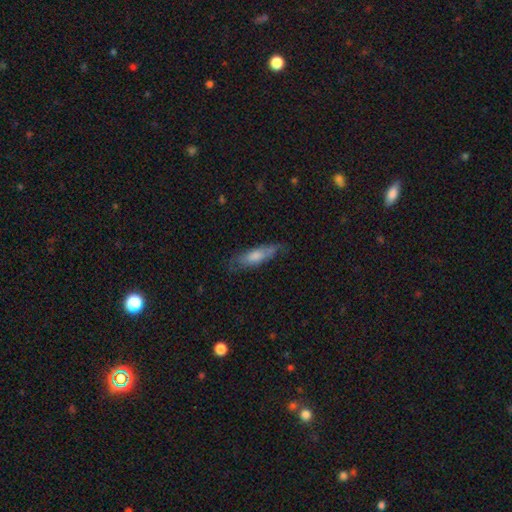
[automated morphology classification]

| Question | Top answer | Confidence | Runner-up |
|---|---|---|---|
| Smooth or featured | smooth | 57% | featured or disk (35%) |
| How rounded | cigar-shaped | 60% | in between (38%) |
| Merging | none | 69% | minor disturbance (23%) |